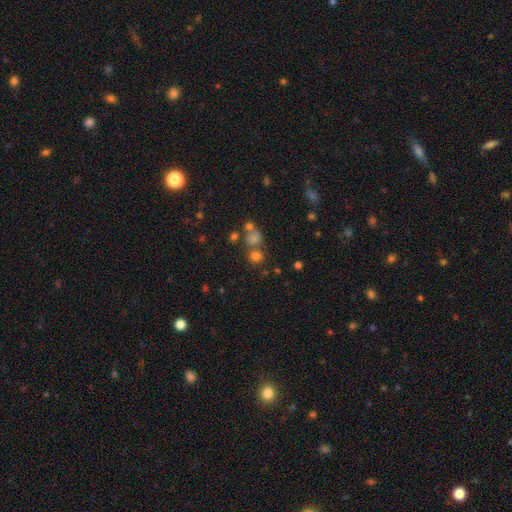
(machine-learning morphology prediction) Q: Smooth or featured?
A: smooth (70%); runner-up: star or artifact (21%)
Q: How rounded?
A: round (87%); runner-up: in between (12%)
Q: Merging?
A: none (64%); runner-up: merger (23%)